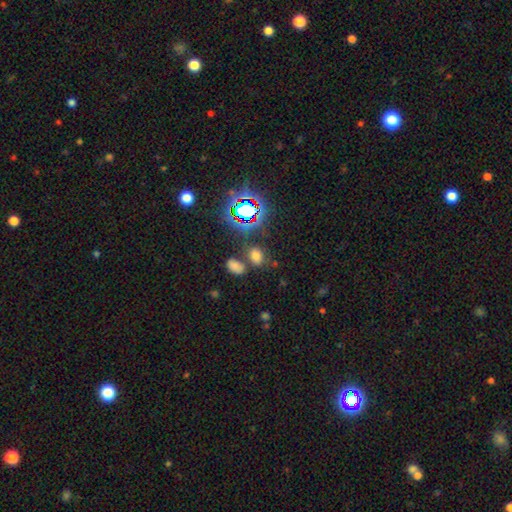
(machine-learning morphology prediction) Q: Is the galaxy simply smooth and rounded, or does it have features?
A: smooth — 63%.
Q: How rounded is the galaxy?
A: in between — 81%.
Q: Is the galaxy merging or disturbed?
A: none — 65%.